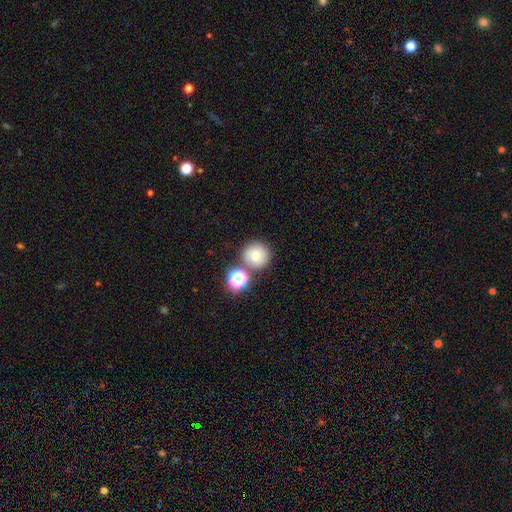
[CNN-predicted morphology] A smooth galaxy with no disk features (75%) that is round (93%). Merging: none (72%).